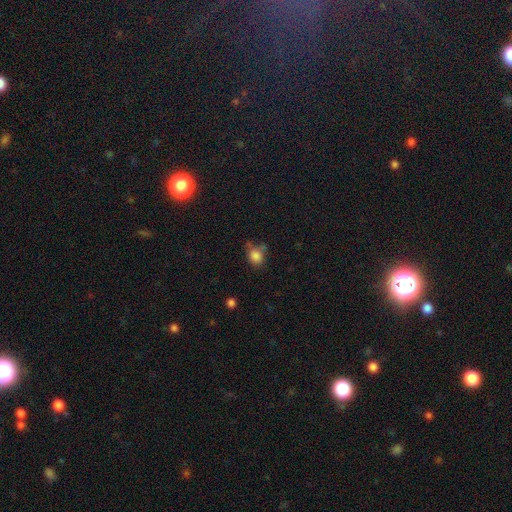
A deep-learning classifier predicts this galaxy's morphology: This appears to be a smooth galaxy with no disk features (83%) that is round (63%). Merging: none (56%).